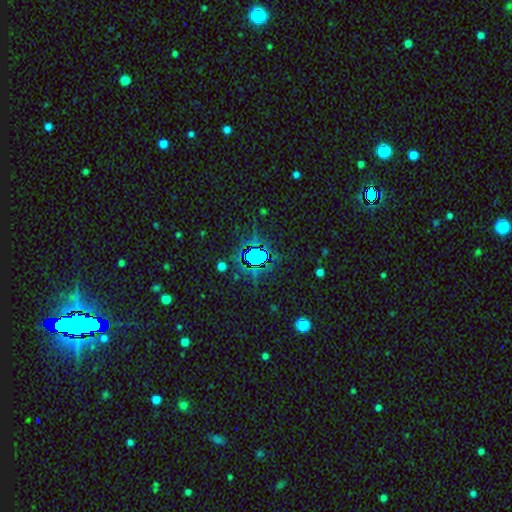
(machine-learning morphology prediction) type=star or artifact (71%).